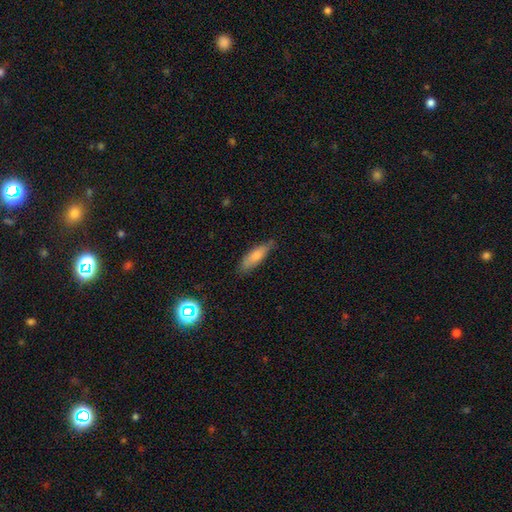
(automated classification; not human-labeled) A smooth galaxy with no disk features (78%) that is in between round and cigar-shaped (50%). Merging: none (73%).